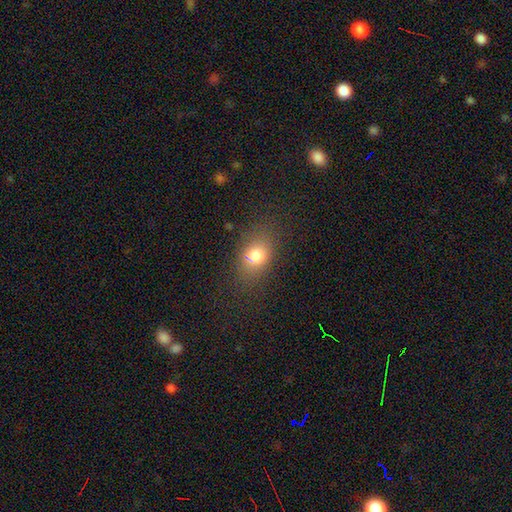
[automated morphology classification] This is likely a smooth galaxy (76%). How rounded: likely in between (65%). Merging: likely none (73%).